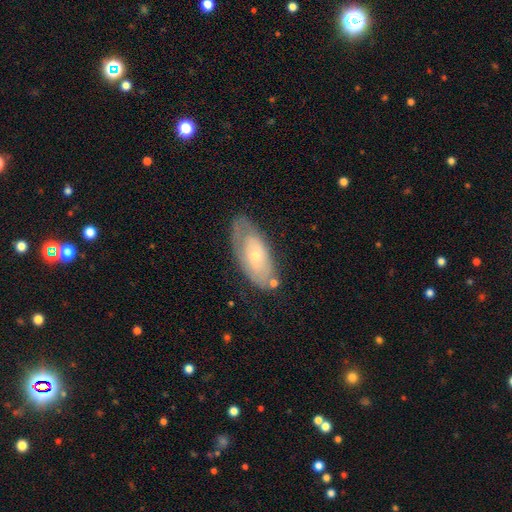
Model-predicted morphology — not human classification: smooth_or_featured: featured or disk (p=0.56) [alt: smooth p=0.37]
disk_edge_on: no (p=0.88) [alt: yes p=0.12]
merging: none (p=0.58) [alt: minor disturbance p=0.26]